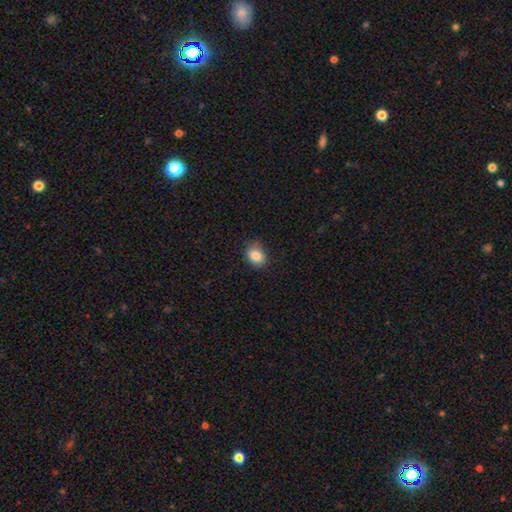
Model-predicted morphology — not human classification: smooth 86%, star or artifact 9%, featured or disk 5%. Down the decision tree: how rounded — round (52%); merging — none (75%).